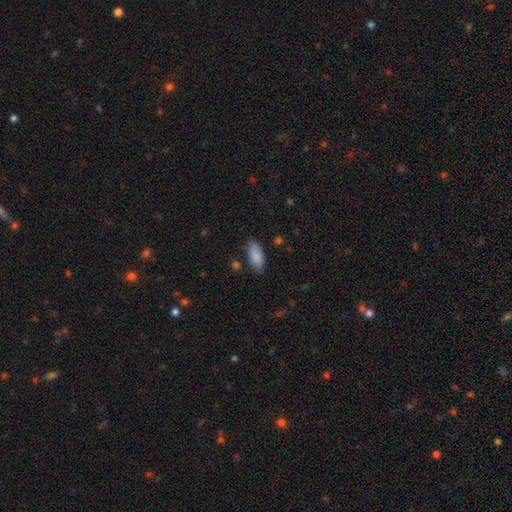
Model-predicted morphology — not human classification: A smooth galaxy with no disk features (88%) that is in between round and cigar-shaped (85%).

Vote fractions:
- Smooth or featured? smooth: 88% / star or artifact: 7% / featured or disk: 5%
- How rounded? in between: 85% / cigar-shaped: 13% / round: 2%
- Merging? none: 80% / minor disturbance: 15% / major disturbance: 3% / merger: 2%